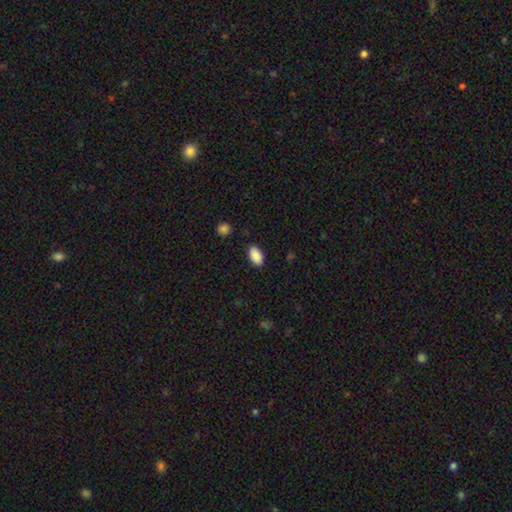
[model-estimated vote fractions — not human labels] Q: Smooth or featured?
A: smooth (89%); runner-up: star or artifact (7%)
Q: How rounded?
A: in between (94%); runner-up: round (4%)
Q: Merging?
A: none (86%); runner-up: minor disturbance (10%)